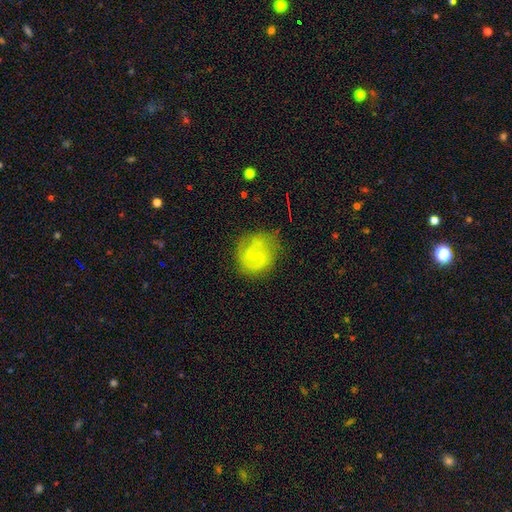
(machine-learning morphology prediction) Smooth or featured: featured or disk — 69% (smooth — 24%)
Edge-on disk: no — 98% (yes — 2%)
Bar: weak — 56% (no — 25%)
Spiral arms: yes — 87% (no — 13%)
Spiral winding: medium — 48% (tight — 33%)
Spiral arm count: 2 — 74% (can't tell — 14%)
Bulge size: small — 65% (none — 17%)
Merging: none — 65% (minor disturbance — 22%)